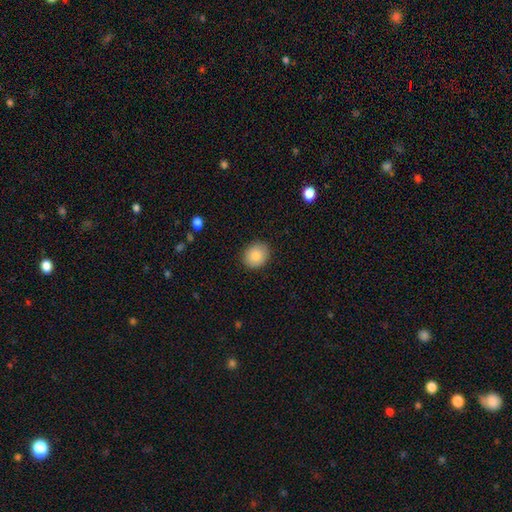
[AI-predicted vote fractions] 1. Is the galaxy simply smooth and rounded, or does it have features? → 86% smooth, 8% star or artifact, 6% featured or disk.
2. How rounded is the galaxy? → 66% round, 33% in between, 1% cigar-shaped.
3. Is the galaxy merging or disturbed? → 89% none, 8% minor disturbance, 2% major disturbance, 1% merger.